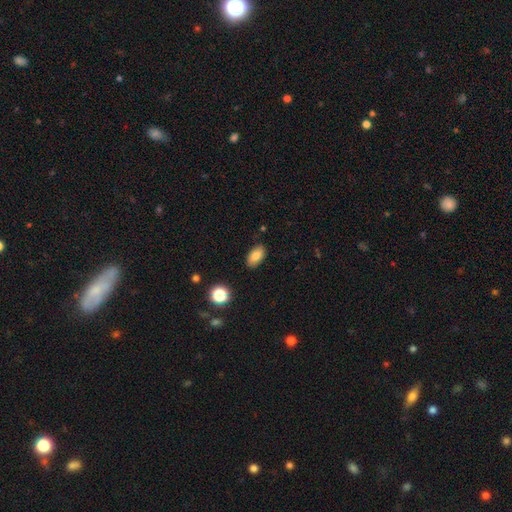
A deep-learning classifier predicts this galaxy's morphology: The model was most divided on "smooth or featured": smooth: 81%, featured or disk: 10%, star or artifact: 9%. More confident: how rounded — in between (91%); merging — none (86%).